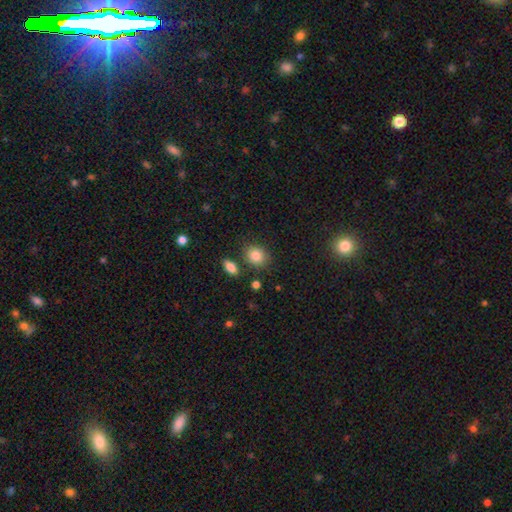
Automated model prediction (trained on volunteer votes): smooth_or_featured: smooth (p=0.85) [alt: star or artifact p=0.09]
how_rounded: round (p=0.63) [alt: in between p=0.36]
merging: none (p=0.80) [alt: minor disturbance p=0.11]